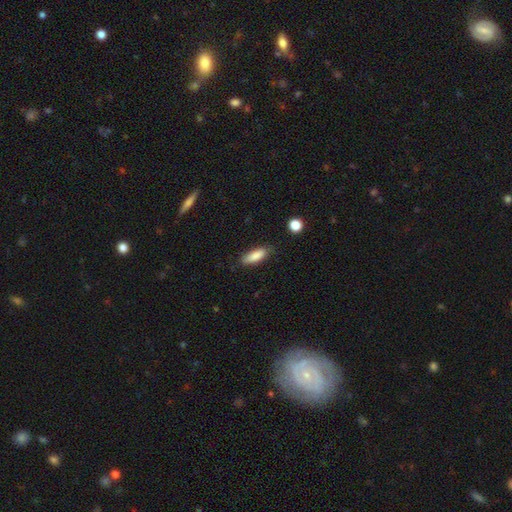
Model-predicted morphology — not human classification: Smooth or featured?
  - smooth: 84% *
  - featured or disk: 9%
  - star or artifact: 7%
How rounded?
  - in between: 60% *
  - cigar-shaped: 38%
  - round: 2%
Merging?
  - none: 80% *
  - minor disturbance: 16%
  - major disturbance: 3%
  - merger: 2%